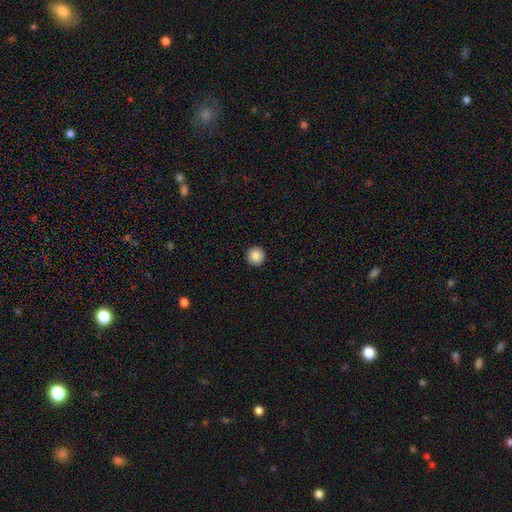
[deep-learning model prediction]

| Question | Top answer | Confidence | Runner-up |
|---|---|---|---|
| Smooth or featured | smooth | 88% | star or artifact (9%) |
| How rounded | round | 96% | in between (3%) |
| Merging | none | 93% | minor disturbance (4%) |